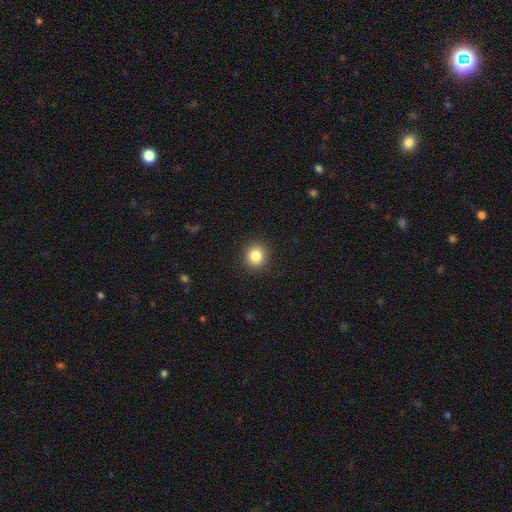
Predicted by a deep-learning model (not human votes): Morphology: type=smooth (84%); roundness=round (85%); merging=none (91%).